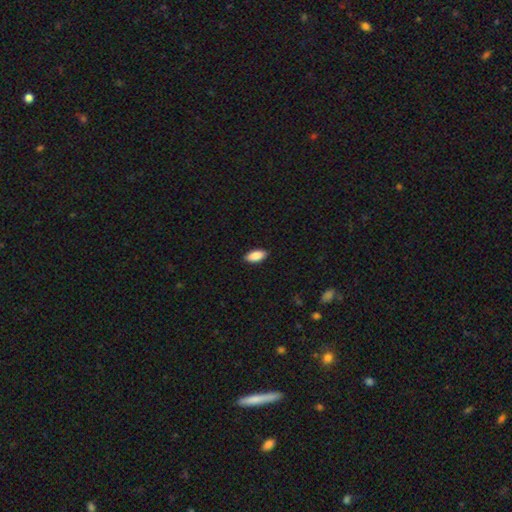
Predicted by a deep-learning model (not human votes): A smooth galaxy with no disk features (88%) that is in between round and cigar-shaped (89%).

Vote fractions:
- Smooth or featured? smooth: 88% / star or artifact: 6% / featured or disk: 6%
- How rounded? in between: 89% / cigar-shaped: 8% / round: 2%
- Merging? none: 89% / minor disturbance: 9% / major disturbance: 2% / merger: 1%